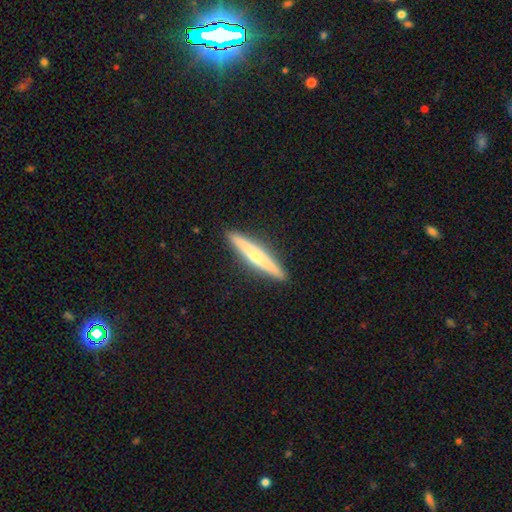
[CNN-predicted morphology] featured or disk 52%, smooth 43%, star or artifact 5%. Down the decision tree: edge-on disk — yes (96%); merging — none (92%).